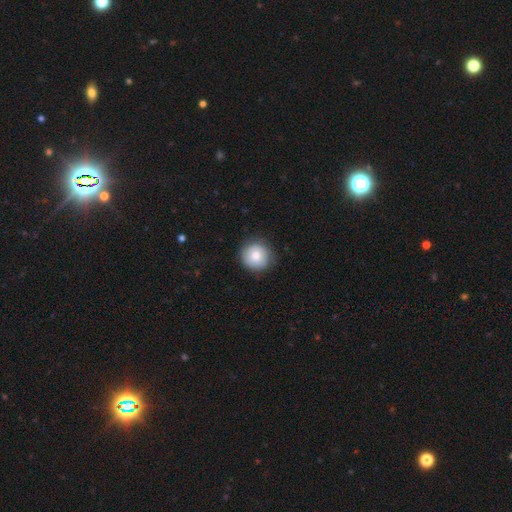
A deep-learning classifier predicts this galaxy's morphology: A smooth galaxy with no disk features (81%) that is round (93%).

Vote fractions:
- Smooth or featured? smooth: 81% / featured or disk: 11% / star or artifact: 8%
- How rounded? round: 93% / in between: 6% / cigar-shaped: 1%
- Merging? none: 86% / minor disturbance: 11% / major disturbance: 2% / merger: 1%